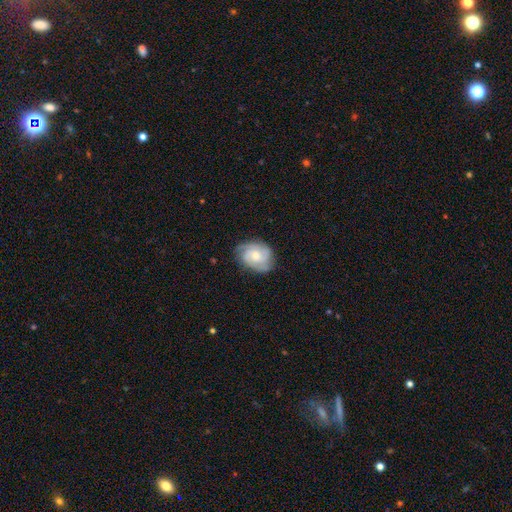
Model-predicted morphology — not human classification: featured or disk 76%, smooth 18%, star or artifact 6%. Down the decision tree: edge-on disk — no (98%); bar — no (69%); spiral arms — yes (95%); spiral arm count — 3 (43%); spiral winding — tight (57%); bulge size — moderate (59%); merging — none (77%).